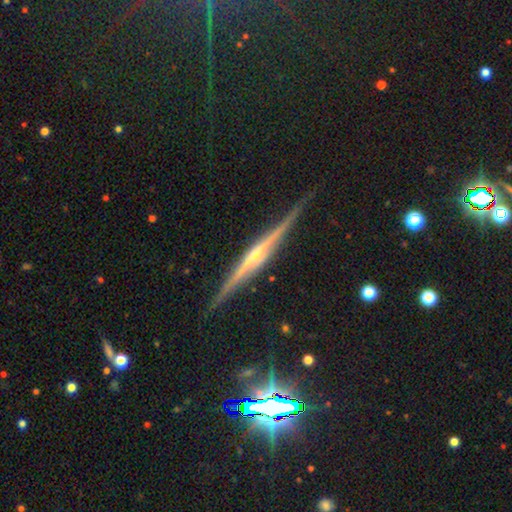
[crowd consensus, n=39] A featured or disk galaxy (90%) viewed edge-on (100%) with a rounded central bulge (89%). Merging: none (86%).